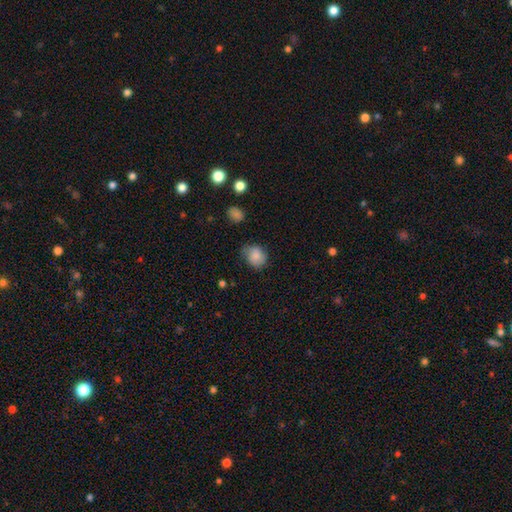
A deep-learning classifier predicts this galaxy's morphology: Smooth or featured? smooth (84%)
How rounded? round (64%)
Merging? none (65%)